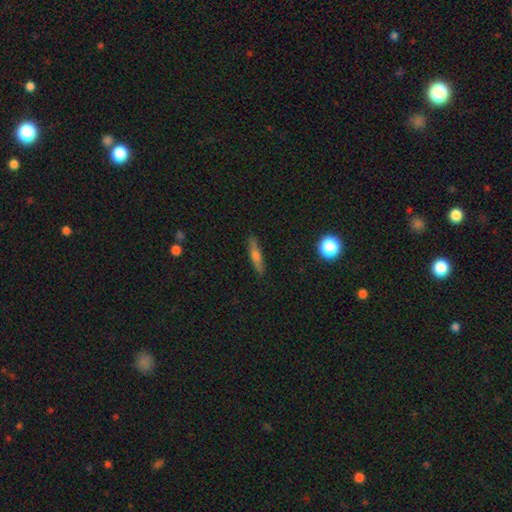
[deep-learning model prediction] This is possibly a smooth galaxy (49%). Merging: clearly none (89%).